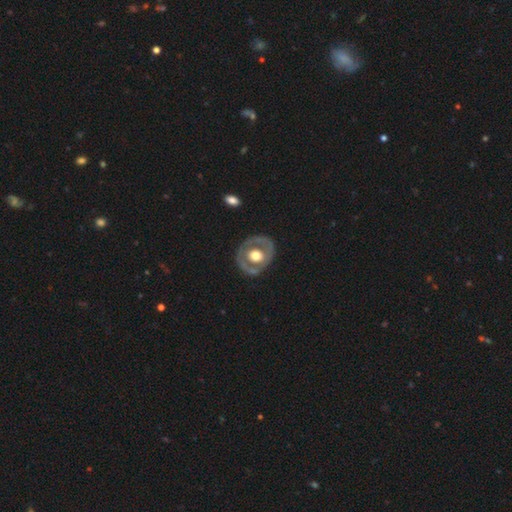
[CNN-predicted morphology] featured or disk 62%, smooth 34%, star or artifact 5%. Down the decision tree: edge-on disk — no (95%); bar — no (85%); spiral arms — no (82%); bulge size — moderate (50%); merging — none (78%).